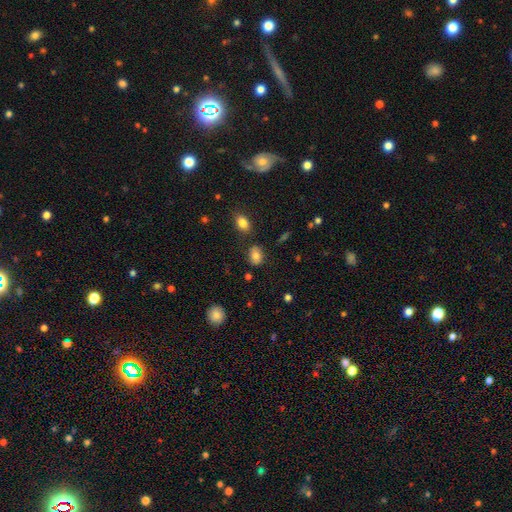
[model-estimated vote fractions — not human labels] Smooth or featured?
  - smooth: 79% *
  - featured or disk: 11%
  - star or artifact: 10%
How rounded?
  - in between: 69% *
  - round: 30%
  - cigar-shaped: 1%
Merging?
  - none: 80% *
  - minor disturbance: 13%
  - merger: 3%
  - major disturbance: 3%